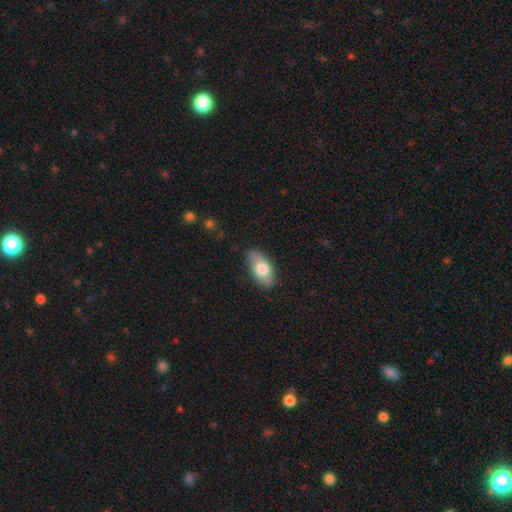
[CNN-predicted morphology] A smooth galaxy with no disk features (68%) that is in between round and cigar-shaped (89%).

Vote fractions:
- Smooth or featured? smooth: 68% / featured or disk: 19% / star or artifact: 13%
- How rounded? in between: 89% / round: 7% / cigar-shaped: 4%
- Merging? none: 80% / minor disturbance: 15% / major disturbance: 4% / merger: 2%